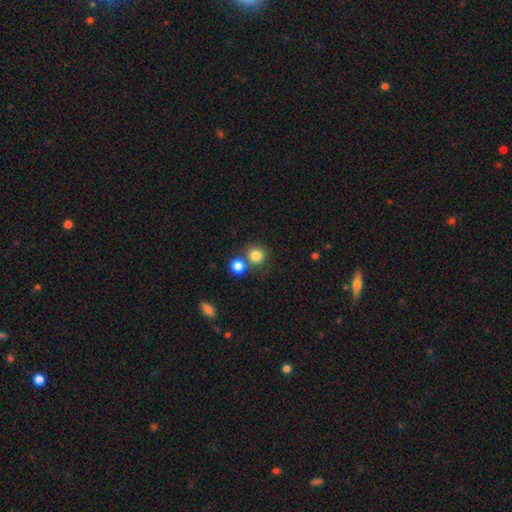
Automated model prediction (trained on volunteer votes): Q: Smooth or featured?
A: smooth (82%); runner-up: star or artifact (12%)
Q: How rounded?
A: round (91%); runner-up: in between (8%)
Q: Merging?
A: none (64%); runner-up: merger (26%)